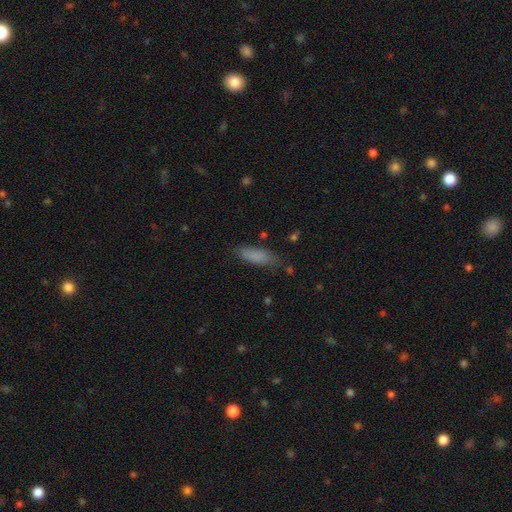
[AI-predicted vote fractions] Smooth or featured: smooth — 82% (featured or disk — 10%)
How rounded: in between — 49% (tied with cigar-shaped — 49%)
Merging: none — 76% (minor disturbance — 18%)